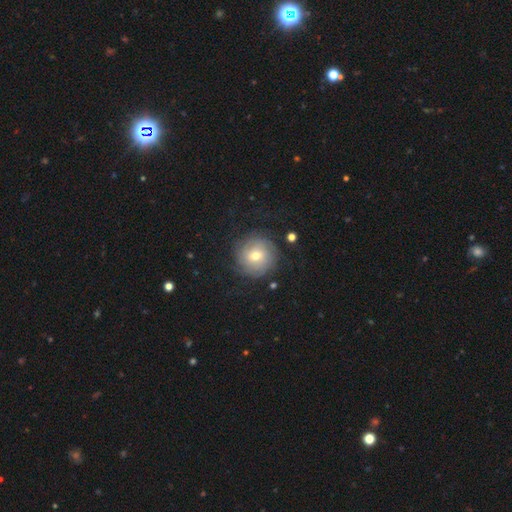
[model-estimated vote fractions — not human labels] smooth_or_featured: featured or disk (p=0.51) [alt: smooth p=0.39]
disk_edge_on: no (p=0.97) [alt: yes p=0.03]
merging: none (p=0.78) [alt: minor disturbance p=0.13]